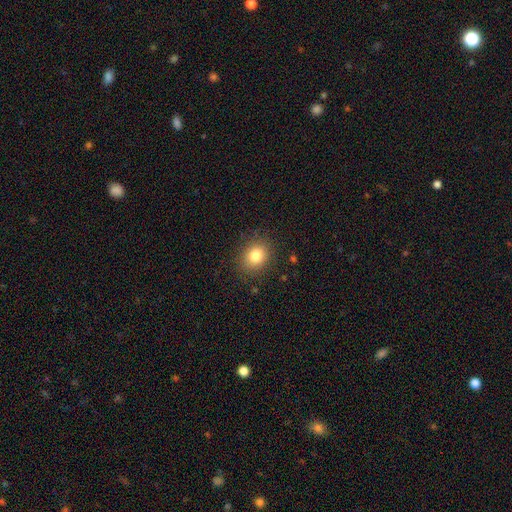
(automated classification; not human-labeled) Smooth or featured? Predicted: smooth (p=0.81). How rounded? Predicted: round (p=0.60). Merging? Predicted: none (p=0.87).